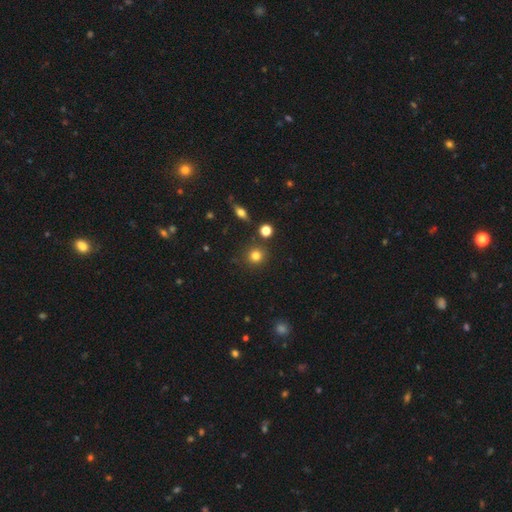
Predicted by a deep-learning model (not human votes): smooth-or-featured: smooth: 79% | star or artifact: 13% | featured or disk: 7%
  how-rounded: round: 90% | in between: 9% | cigar-shaped: 1%
  merging: none: 84% | minor disturbance: 8% | merger: 5% | major disturbance: 3%